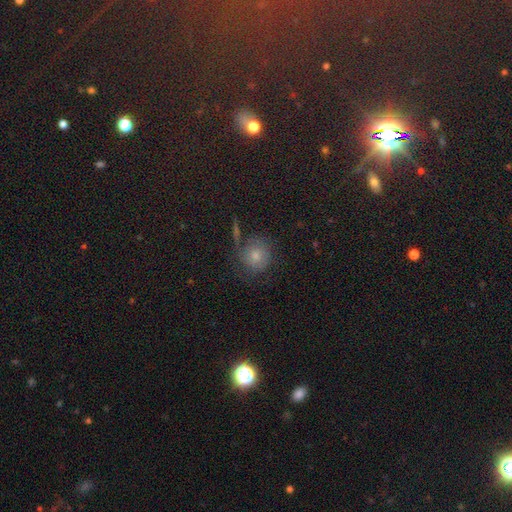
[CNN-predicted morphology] This appears to be a smooth galaxy with no disk features (66%) that is round (87%). Merging: none (63%).